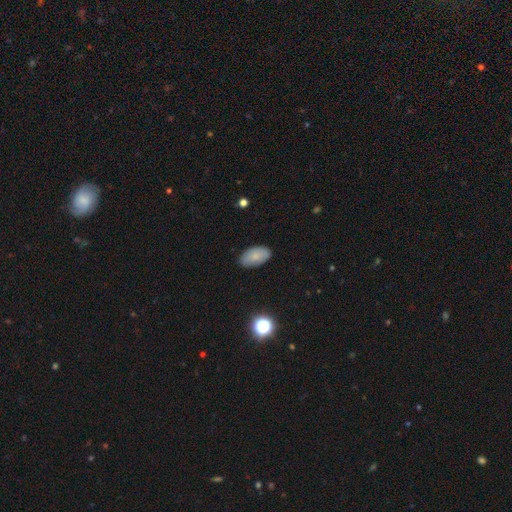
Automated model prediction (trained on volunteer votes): Smooth or featured? Predicted: smooth (p=0.80). How rounded? Predicted: in between (p=0.94). Merging? Predicted: none (p=0.85).